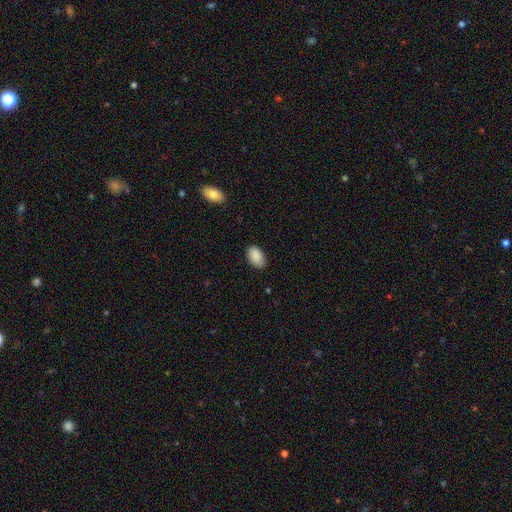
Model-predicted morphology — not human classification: The model was most divided on "merging": none: 82%, minor disturbance: 15%, major disturbance: 3%, merger: 1%. More confident: how rounded — in between (92%); smooth or featured — smooth (90%).